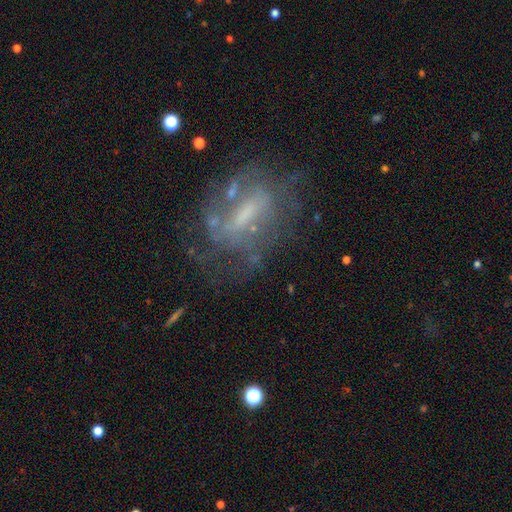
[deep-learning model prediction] Smooth or featured: featured or disk — 70% (smooth — 18%)
Edge-on disk: no — 90% (yes — 10%)
Bar: weak — 41% (strong — 35%)
Spiral arms: yes — 61% (no — 39%)
Bulge size: small — 36% (none — 29%)
Merging: none — 56% (minor disturbance — 20%)